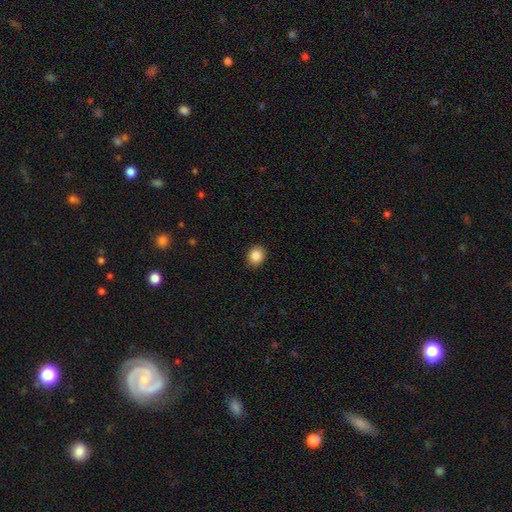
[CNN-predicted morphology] Q: Smooth or featured?
A: smooth (86%); runner-up: star or artifact (9%)
Q: How rounded?
A: round (69%); runner-up: in between (30%)
Q: Merging?
A: none (91%); runner-up: minor disturbance (6%)